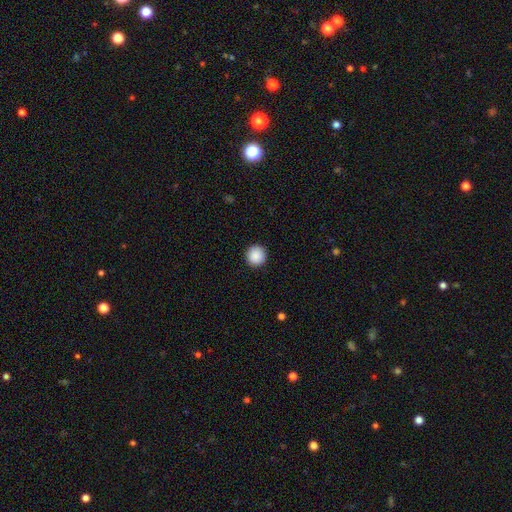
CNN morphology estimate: A smooth galaxy with no disk features (90%) that is round (94%).

Vote fractions:
- Smooth or featured? smooth: 90% / star or artifact: 8% / featured or disk: 3%
- How rounded? round: 94% / in between: 5% / cigar-shaped: 1%
- Merging? none: 93% / minor disturbance: 5% / major disturbance: 2% / merger: 1%